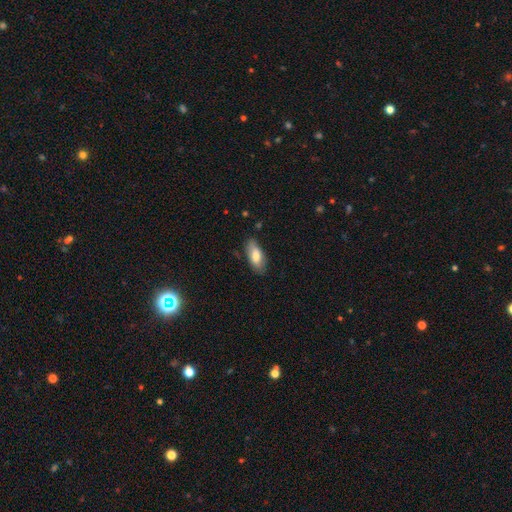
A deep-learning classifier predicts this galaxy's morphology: This appears to be a smooth galaxy with no disk features (77%) that is in between round and cigar-shaped (82%). Merging: none (78%).